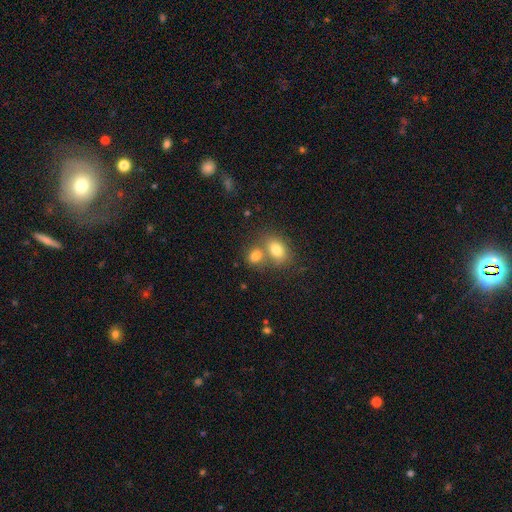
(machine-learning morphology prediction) smooth_or_featured: smooth (p=0.78) [alt: star or artifact p=0.11]
how_rounded: in between (p=0.70) [alt: round p=0.28]
merging: merger (p=0.49) [alt: none p=0.37]